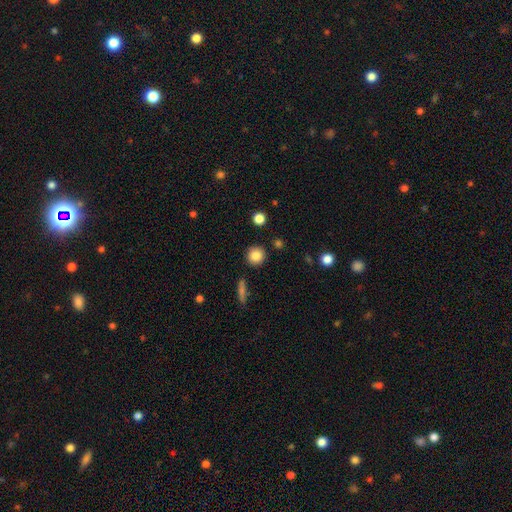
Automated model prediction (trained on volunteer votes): Smooth or featured: smooth — 84% (star or artifact — 10%)
How rounded: round — 92% (in between — 6%)
Merging: none — 89% (minor disturbance — 6%)